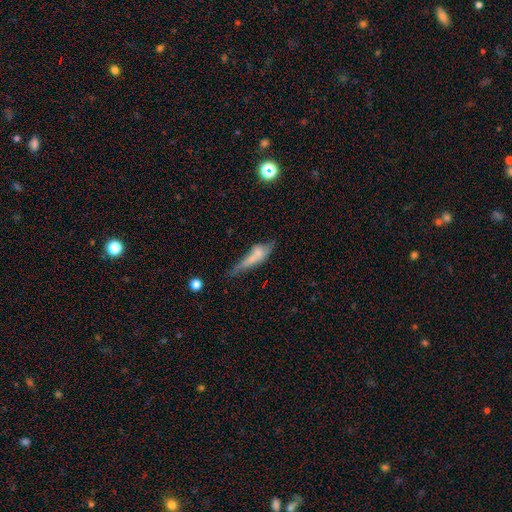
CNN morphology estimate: A smooth galaxy with no disk features (56%) that is cigar-shaped (58%).

Vote fractions:
- Smooth or featured? smooth: 56% / featured or disk: 34% / star or artifact: 10%
- How rounded? cigar-shaped: 58% / in between: 38% / round: 4%
- Merging? none: 31% / minor disturbance: 27% / major disturbance: 23% / merger: 19%